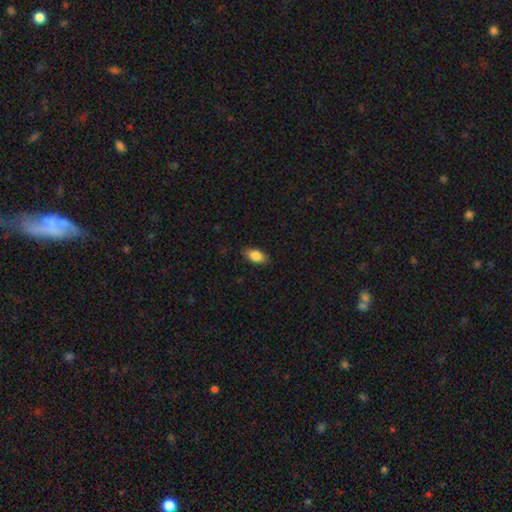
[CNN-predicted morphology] type=smooth (86%); roundness=in between (91%); merging=none (85%).